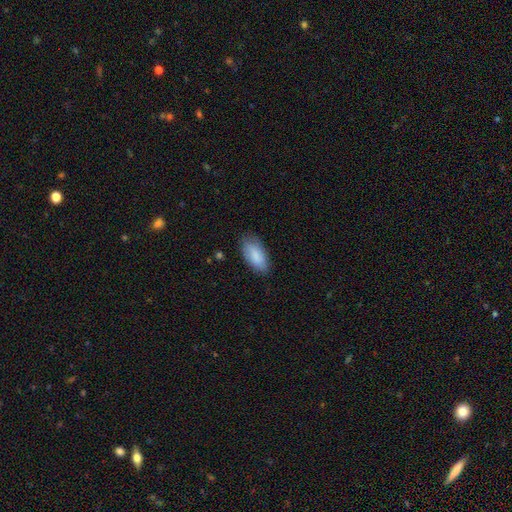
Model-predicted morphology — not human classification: smooth 85%, featured or disk 9%, star or artifact 6%. Down the decision tree: how rounded — in between (90%); merging — none (77%).